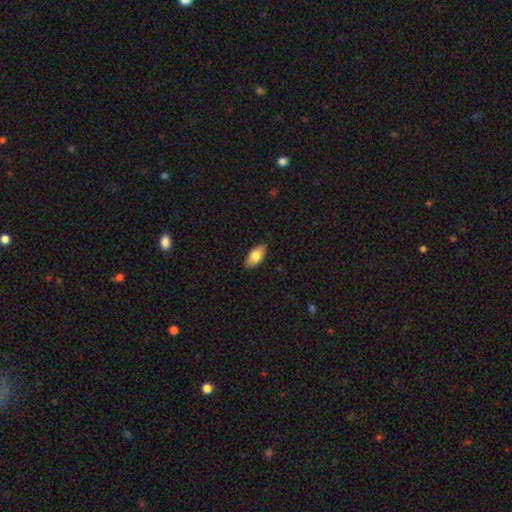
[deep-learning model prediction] Smooth or featured? smooth (79%)
How rounded? in between (91%)
Merging? none (86%)